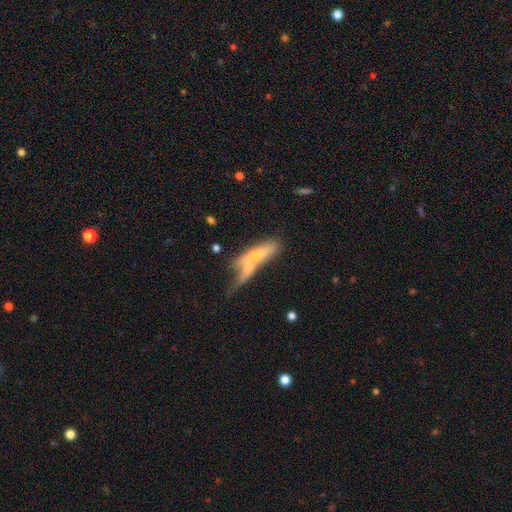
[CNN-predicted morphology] type=smooth (55%); roundness=cigar-shaped (61%); merging=merger (57%).